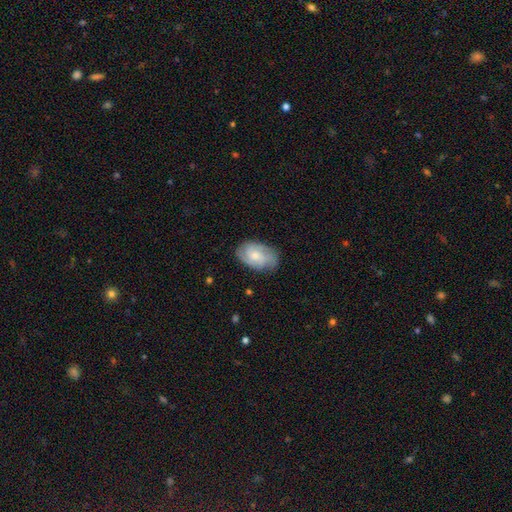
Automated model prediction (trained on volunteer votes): Morphology: type=featured or disk (59%); edge-on=no (96%); bar=no (72%); spiral arms=yes (89%); winding=tight (47%); arm count=can't tell (30%, tied with 3); bulge=moderate (47%); merging=none (72%).